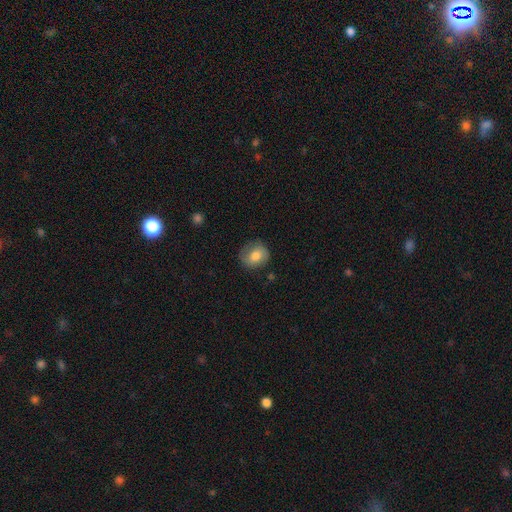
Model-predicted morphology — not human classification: Smooth or featured? smooth (68%)
How rounded? round (72%)
Merging? none (74%)